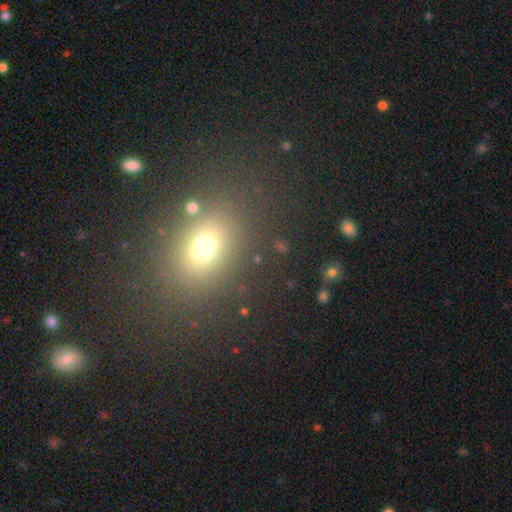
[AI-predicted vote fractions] Overall: smooth (64%). How rounded: in between (62%; round 36%). Merging: none (83%).